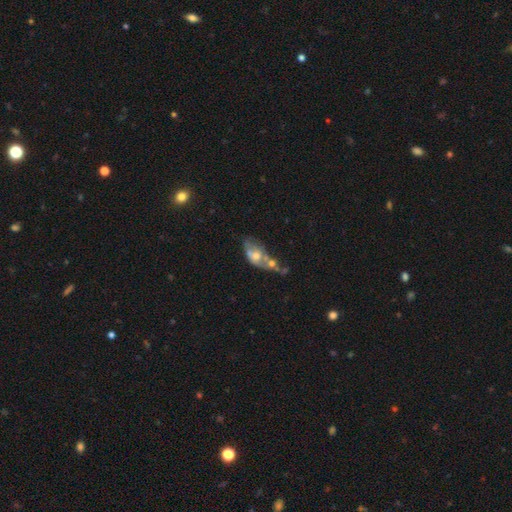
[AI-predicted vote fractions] Smooth or featured? featured or disk (48%)
Merging? merger (47%)